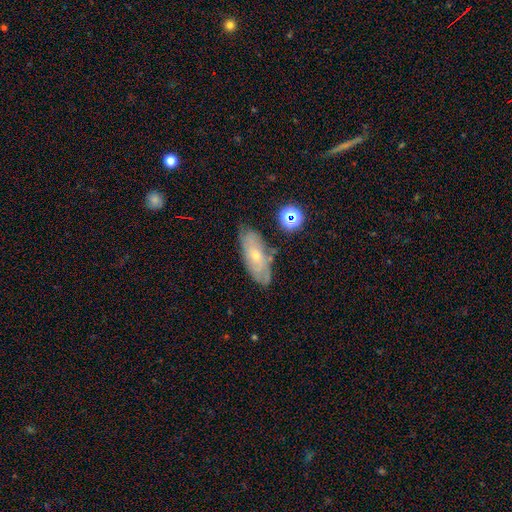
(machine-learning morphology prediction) Smooth or featured?
  - featured or disk: 55% *
  - smooth: 34%
  - star or artifact: 10%
Edge-on disk?
  - no: 83% *
  - yes: 17%
Merging?
  - none: 72% *
  - minor disturbance: 20%
  - major disturbance: 5%
  - merger: 3%